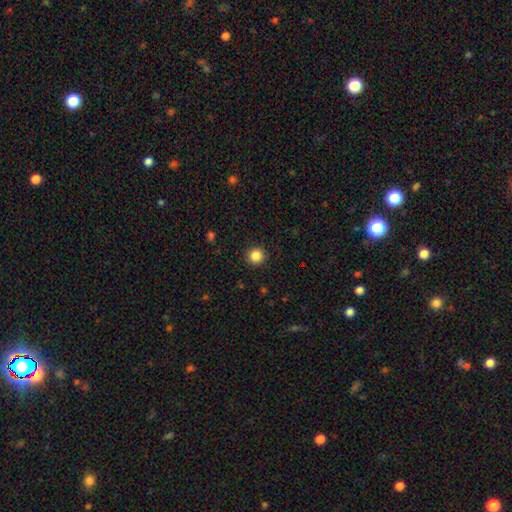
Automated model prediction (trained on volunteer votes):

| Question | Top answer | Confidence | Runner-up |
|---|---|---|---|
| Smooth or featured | smooth | 85% | star or artifact (11%) |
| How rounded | round | 95% | in between (5%) |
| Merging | none | 92% | minor disturbance (5%) |